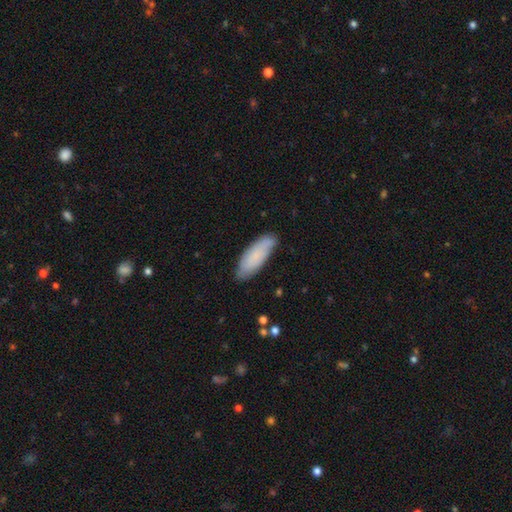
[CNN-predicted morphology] Overall: smooth (77%). How rounded: in between (63%; cigar-shaped 35%). Merging: none (79%).